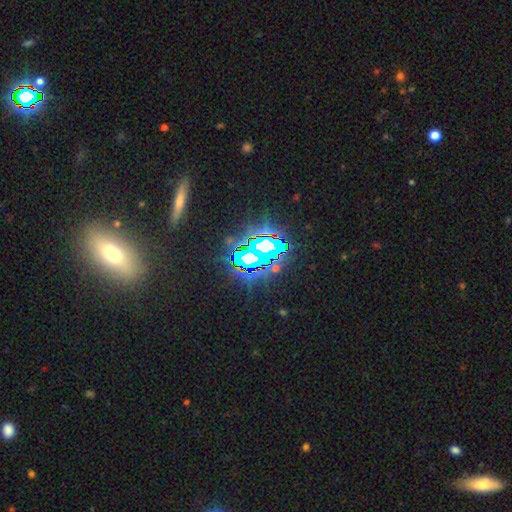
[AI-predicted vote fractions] Smooth or featured: star or artifact — 76% (featured or disk — 12%)